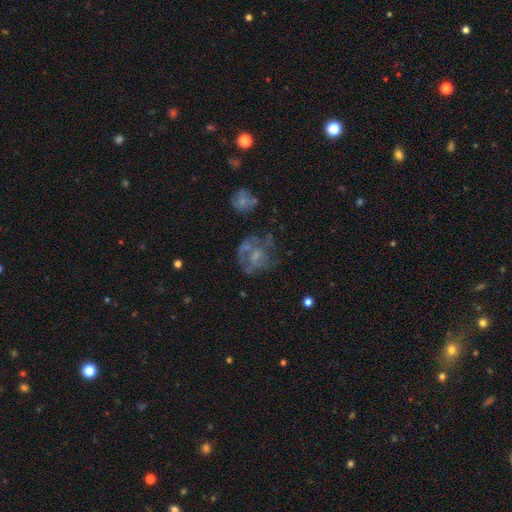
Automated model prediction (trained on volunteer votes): This is likely a featured or disk galaxy (63%). It is clearly not viewed edge-on (98%). Bar: likely no (72%). Spiral arm pattern: possibly no (50%, tied with yes). Central bulge: marginally small (41%). Merging: possibly none (48%).